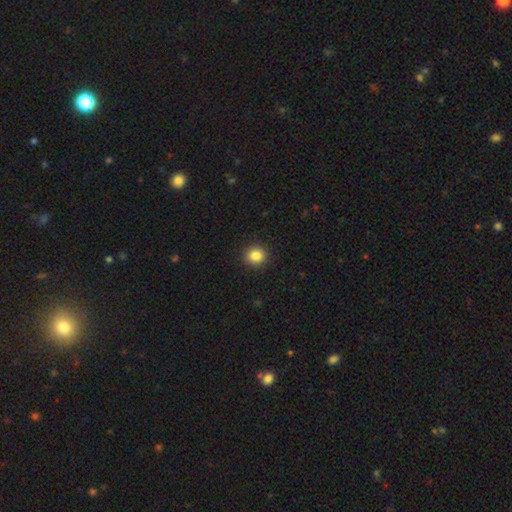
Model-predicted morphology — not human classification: Q: Smooth or featured?
A: smooth (85%); runner-up: star or artifact (11%)
Q: How rounded?
A: round (89%); runner-up: in between (10%)
Q: Merging?
A: none (92%); runner-up: minor disturbance (5%)